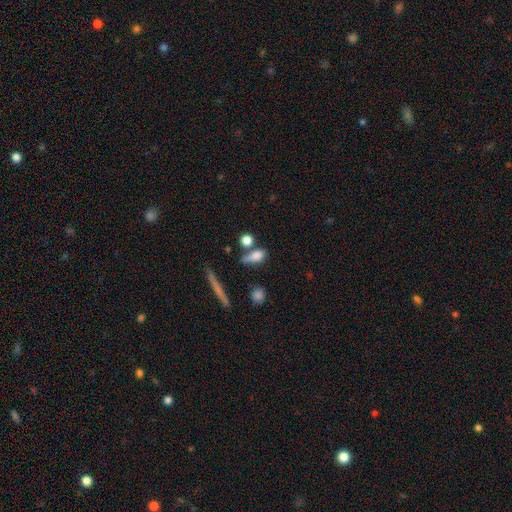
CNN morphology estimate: Smooth or featured? smooth (78%)
How rounded? in between (61%)
Merging? none (48%)